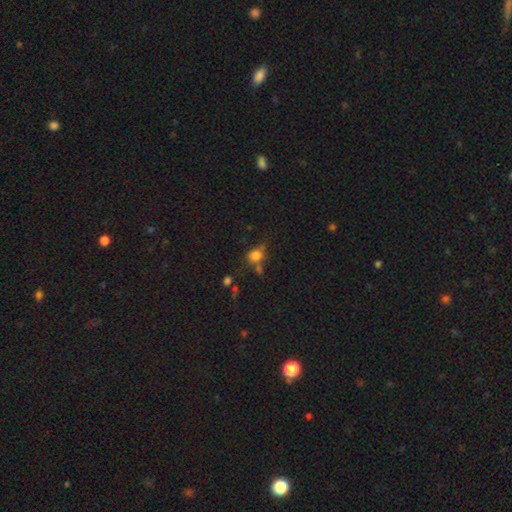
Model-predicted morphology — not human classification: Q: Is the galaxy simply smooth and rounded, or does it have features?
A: smooth — 75%.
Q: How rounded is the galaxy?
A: round — 57%.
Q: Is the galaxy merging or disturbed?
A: none — 49%.